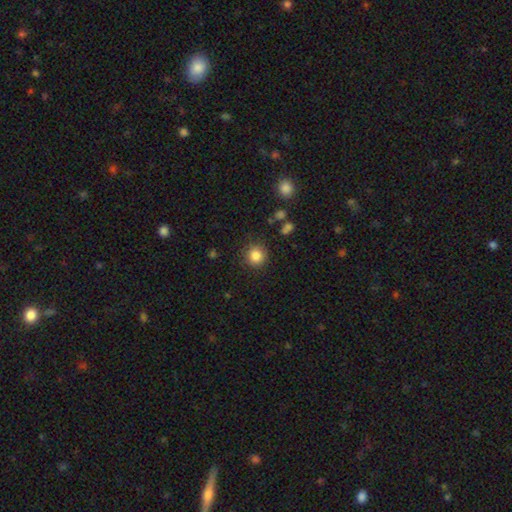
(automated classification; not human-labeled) A smooth galaxy with no disk features (84%) that is round (91%). Merging: none (86%).